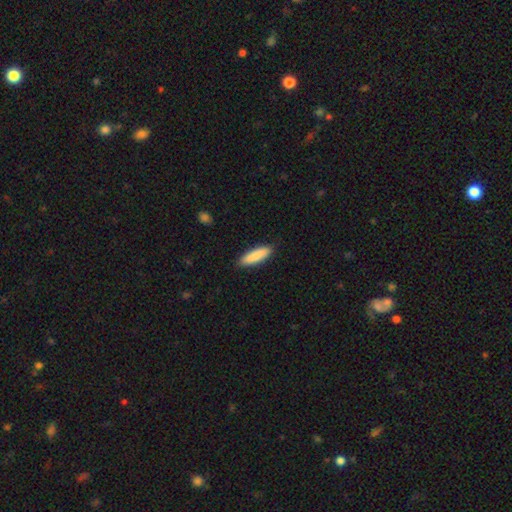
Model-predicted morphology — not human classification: This is clearly a smooth galaxy (88%). How rounded: likely cigar-shaped (66%). Merging: clearly none (89%).